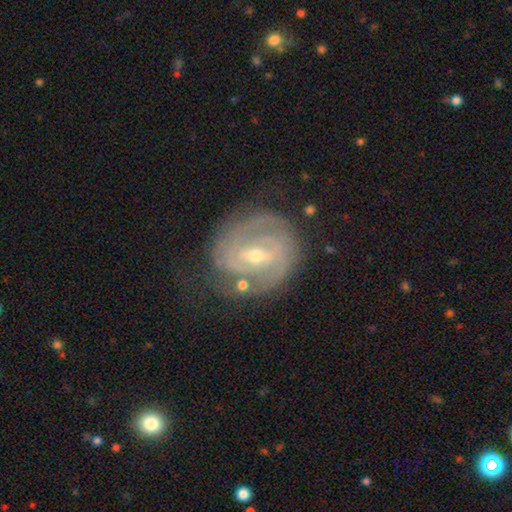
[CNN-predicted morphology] A featured or disk galaxy (85%) with a weak bar (52%), 2 (45%) tight (69%) spiral arms (92%) and a small central bulge (53%). Merging: none (68%).